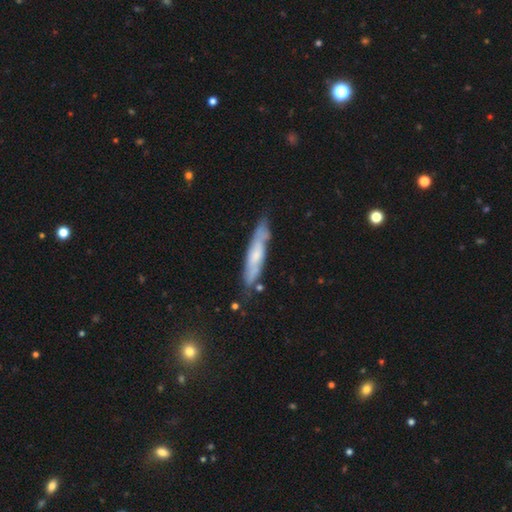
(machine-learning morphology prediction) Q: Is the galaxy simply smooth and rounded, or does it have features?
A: featured or disk — 56%.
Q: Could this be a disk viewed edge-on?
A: yes — 64%.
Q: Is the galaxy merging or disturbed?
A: none — 76%.